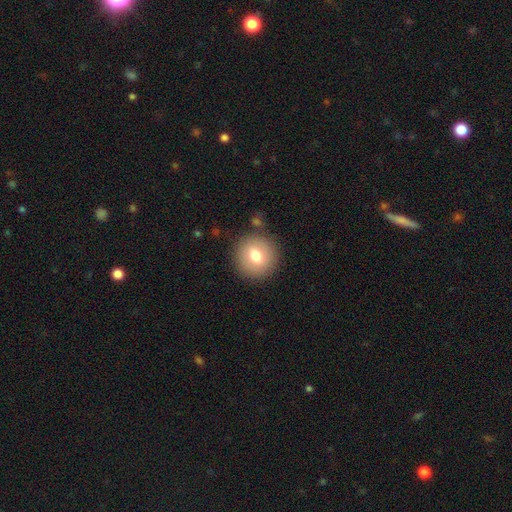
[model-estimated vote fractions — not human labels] A smooth galaxy with no disk features (74%) that is round (91%). Merging: none (86%).